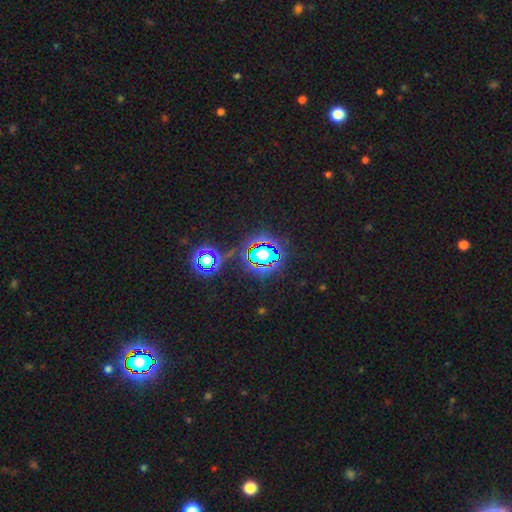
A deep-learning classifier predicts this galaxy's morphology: Smooth or featured? Predicted: star or artifact (p=0.81).